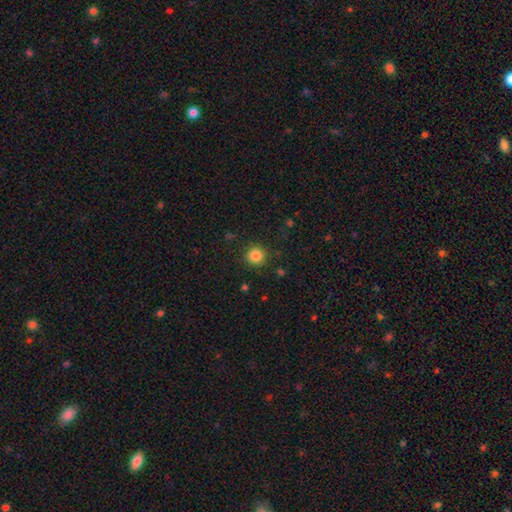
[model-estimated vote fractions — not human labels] Q: Smooth or featured?
A: smooth (84%); runner-up: star or artifact (11%)
Q: How rounded?
A: round (94%); runner-up: in between (5%)
Q: Merging?
A: none (90%); runner-up: minor disturbance (7%)